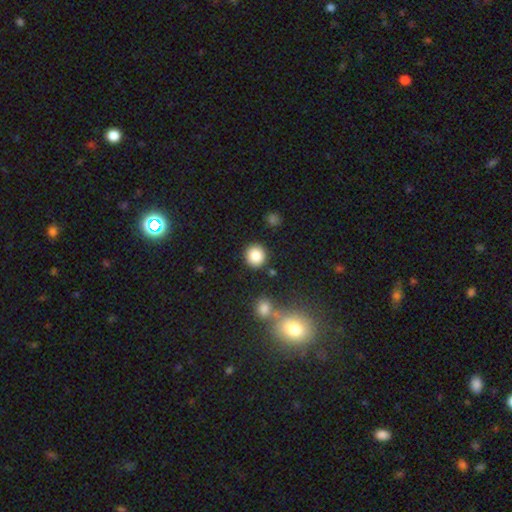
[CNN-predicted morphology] smooth 86%, star or artifact 10%, featured or disk 4%. Down the decision tree: how rounded — round (91%); merging — none (87%).